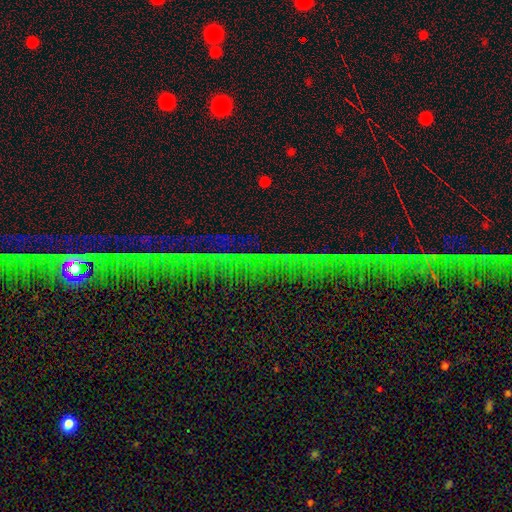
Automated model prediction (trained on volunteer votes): smooth-or-featured: star or artifact: 79% | featured or disk: 11% | smooth: 10%